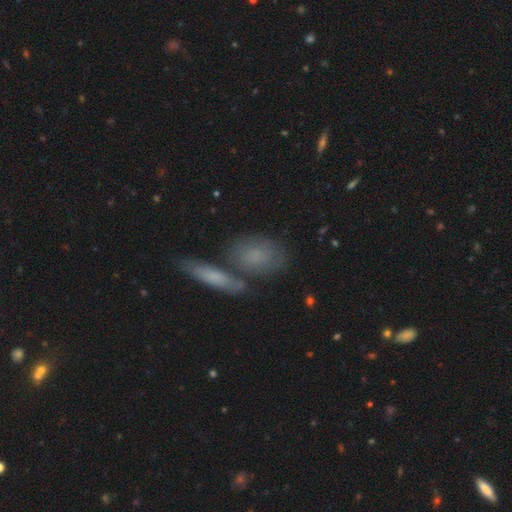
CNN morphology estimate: A smooth galaxy with no disk features (65%) that is in between round and cigar-shaped (69%).

Vote fractions:
- Smooth or featured? smooth: 65% / featured or disk: 26% / star or artifact: 10%
- How rounded? in between: 69% / round: 17% / cigar-shaped: 14%
- Merging? none: 54% / merger: 28% / minor disturbance: 14% / major disturbance: 5%